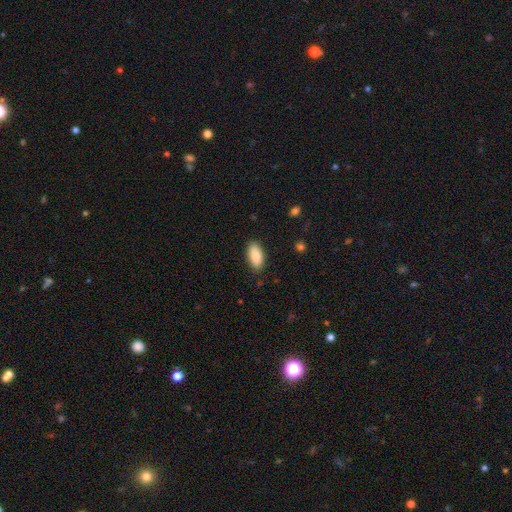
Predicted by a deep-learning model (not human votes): Smooth or featured? Predicted: smooth (p=0.89). How rounded? Predicted: in between (p=0.92). Merging? Predicted: none (p=0.85).